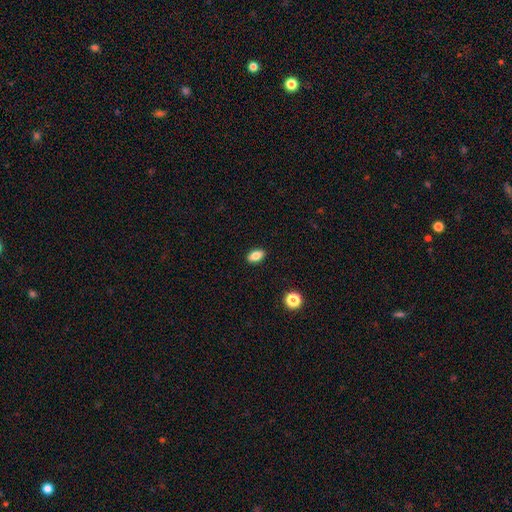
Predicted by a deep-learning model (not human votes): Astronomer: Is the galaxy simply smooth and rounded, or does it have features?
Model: smooth — 82%.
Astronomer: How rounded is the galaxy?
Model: in between — 88%.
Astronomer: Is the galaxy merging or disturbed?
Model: none — 90%.